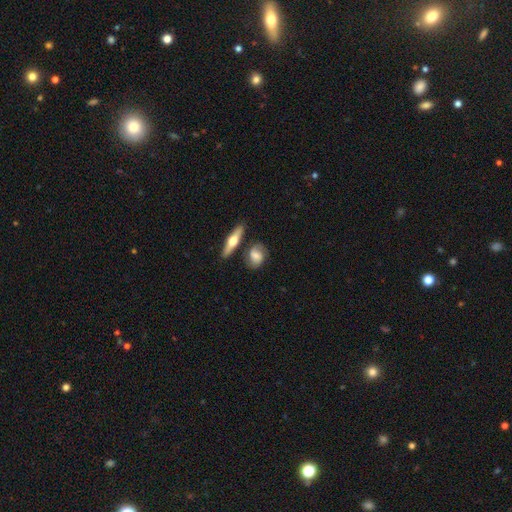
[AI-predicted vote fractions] A featured or disk galaxy (55%).

Vote fractions:
- Smooth or featured? featured or disk: 55% / smooth: 38% / star or artifact: 7%
- Edge-on disk? no: 80% / yes: 20%
- Merging? none: 68% / minor disturbance: 17% / merger: 9% / major disturbance: 5%